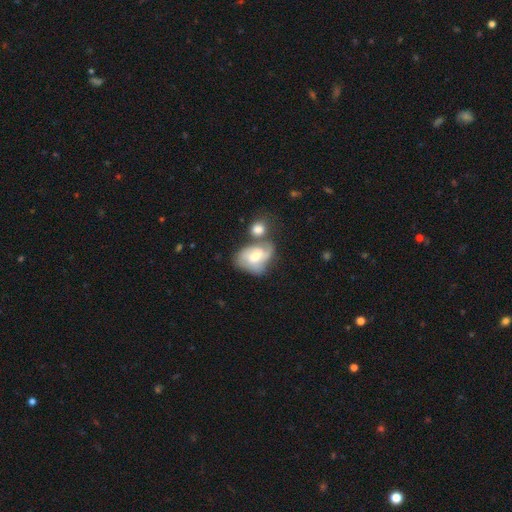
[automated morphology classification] smooth_or_featured: featured or disk (p=0.53) [alt: smooth p=0.40]
disk_edge_on: no (p=0.95) [alt: yes p=0.05]
bar: weak (p=0.45) [alt: no p=0.42]
has_spiral_arms: yes (p=0.73) [alt: no p=0.27]
bulge_size: moderate (p=0.65) [alt: small p=0.20]
merging: merger (p=0.43) [alt: none p=0.29]